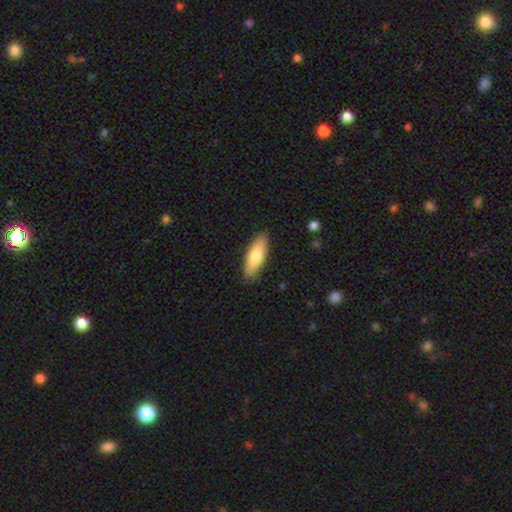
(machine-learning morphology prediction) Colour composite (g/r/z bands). It shows a smooth galaxy with no disk features (74%) that is in between round and cigar-shaped (60%). Merging: none (87%).